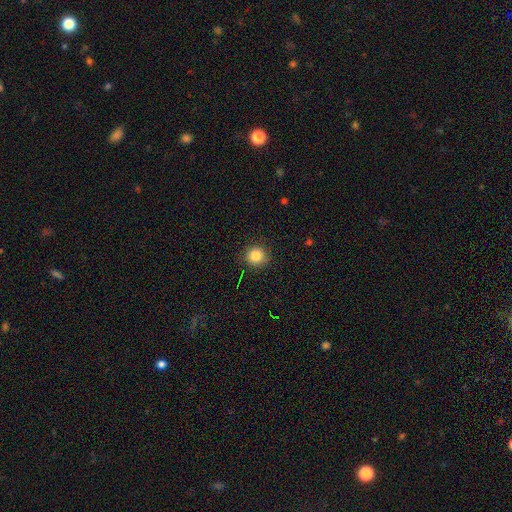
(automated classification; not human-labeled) smooth-or-featured: smooth: 83% | star or artifact: 12% | featured or disk: 5%
  how-rounded: round: 92% | in between: 7% | cigar-shaped: 1%
  merging: none: 89% | minor disturbance: 8% | major disturbance: 2% | merger: 1%